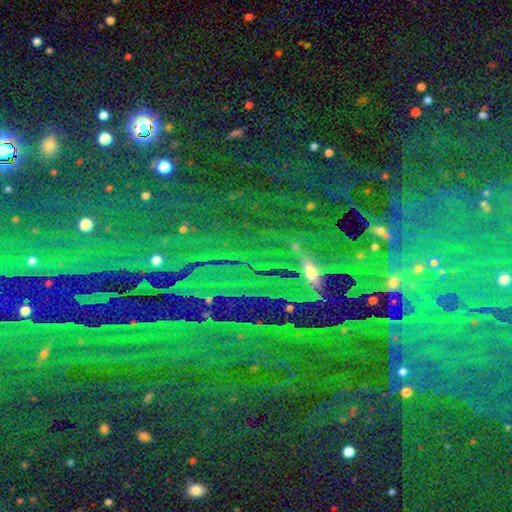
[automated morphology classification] A star or artifact, not a galaxy (84%).